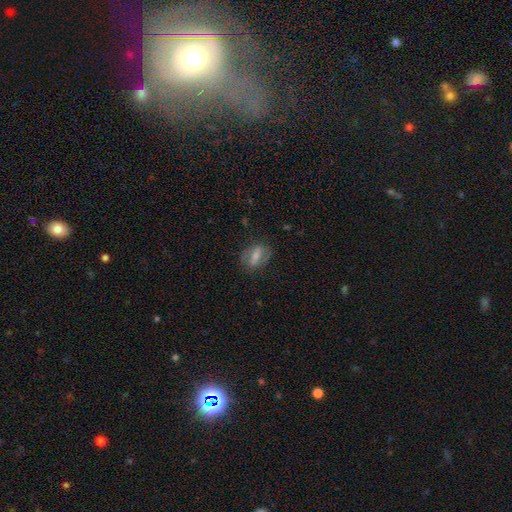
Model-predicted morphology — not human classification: Smooth or featured? Predicted: smooth (p=0.54). How rounded? Predicted: in between (p=0.74). Merging? Predicted: none (p=0.74).